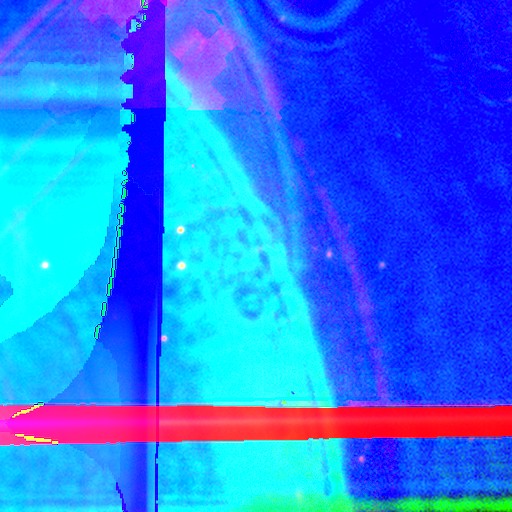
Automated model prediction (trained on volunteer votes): star or artifact 87%, featured or disk 7%, smooth 6%.